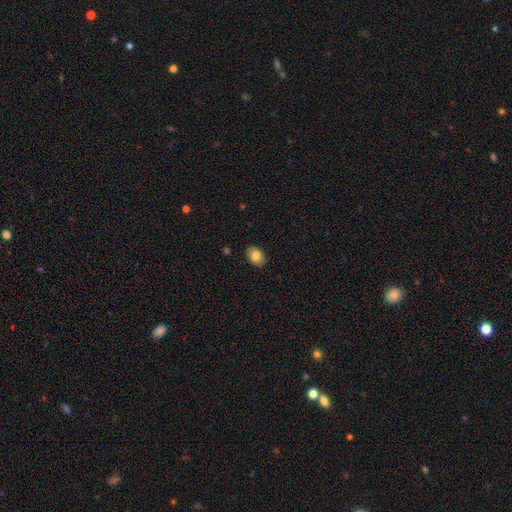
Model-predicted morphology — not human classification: A smooth galaxy with no disk features (83%) that is in between round and cigar-shaped (76%). Merging: none (88%).